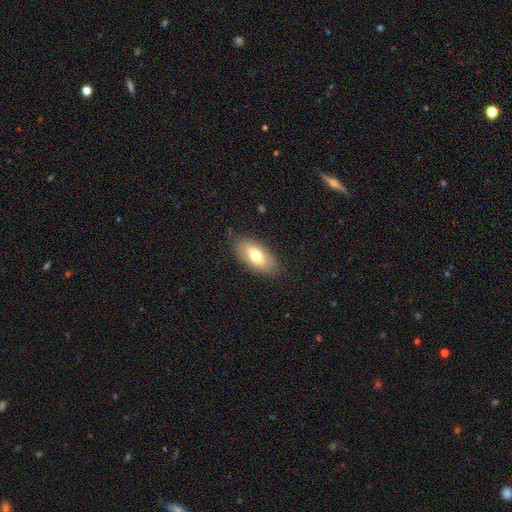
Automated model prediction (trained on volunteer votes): Overall: smooth (69%). How rounded: in between (90%). Merging: none (83%).